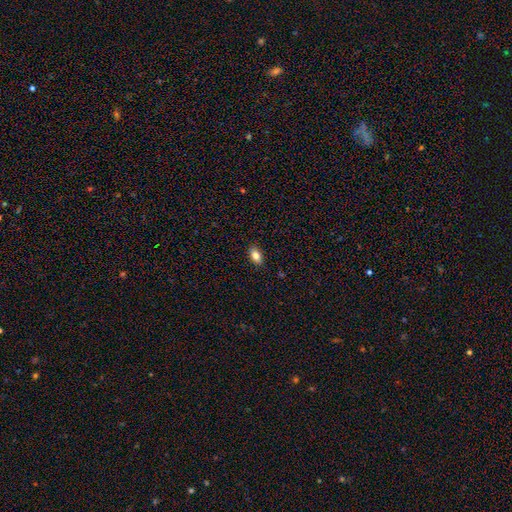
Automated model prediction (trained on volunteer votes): Smooth or featured? Predicted: smooth (p=0.82). How rounded? Predicted: in between (p=0.89). Merging? Predicted: none (p=0.89).